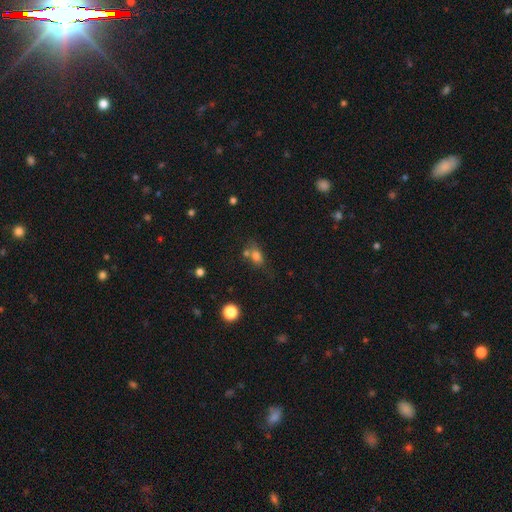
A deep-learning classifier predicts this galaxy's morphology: type=smooth (73%); roundness=in between (66%); merging=none (47%).